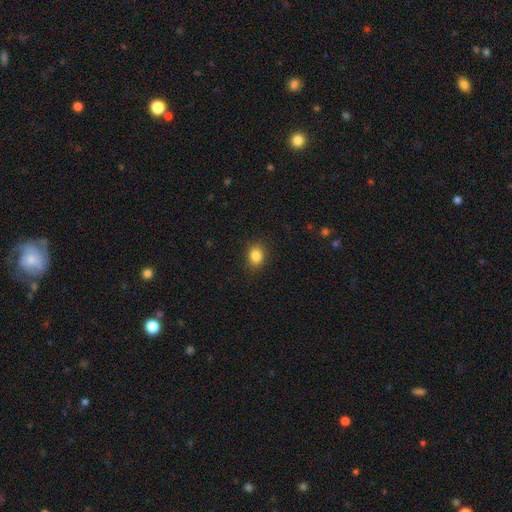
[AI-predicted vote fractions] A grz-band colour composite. It shows a smooth galaxy with no disk features (85%) that is in between round and cigar-shaped (58%). Merging: none (87%).